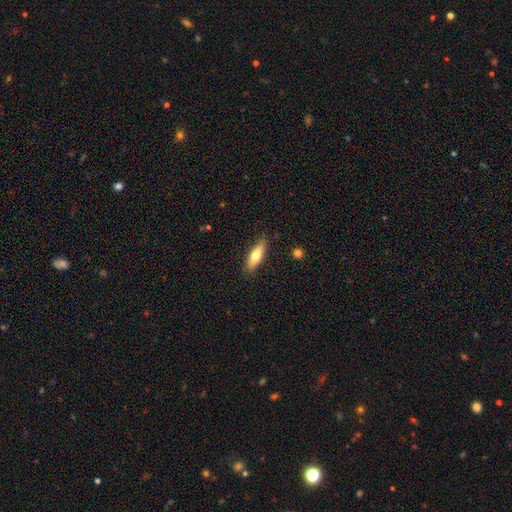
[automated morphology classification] smooth_or_featured: smooth (p=0.64) [alt: featured or disk p=0.30]
how_rounded: cigar-shaped (p=0.58) [alt: in between p=0.40]
merging: none (p=0.86) [alt: minor disturbance p=0.11]